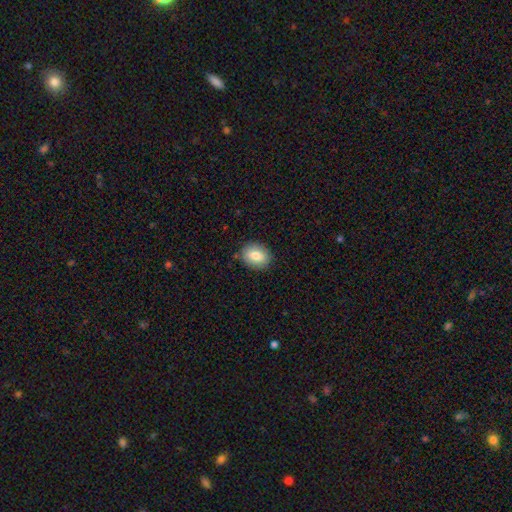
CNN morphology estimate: smooth-or-featured: smooth: 80% | featured or disk: 12% | star or artifact: 8%
  how-rounded: in between: 57% | round: 42% | cigar-shaped: 1%
  merging: none: 87% | minor disturbance: 9% | major disturbance: 2% | merger: 1%